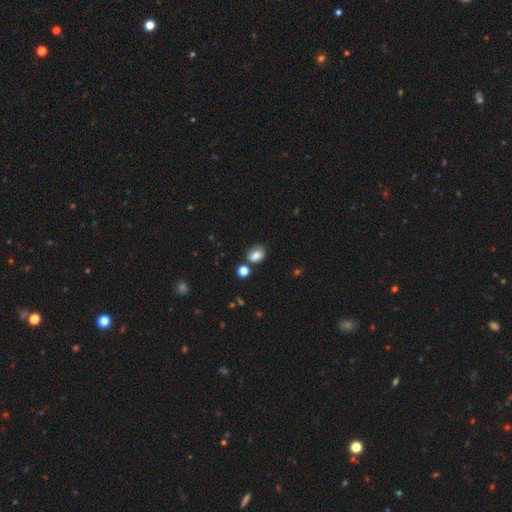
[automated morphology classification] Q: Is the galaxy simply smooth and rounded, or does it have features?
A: smooth — 79%.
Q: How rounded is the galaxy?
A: in between — 66%.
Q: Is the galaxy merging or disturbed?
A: none — 59%.